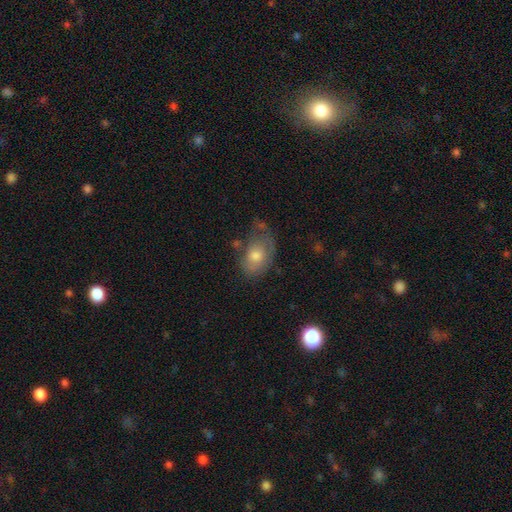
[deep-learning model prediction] Smooth or featured? Predicted: smooth (p=0.60). How rounded? Predicted: in between (p=0.80). Merging? Predicted: none (p=0.40).